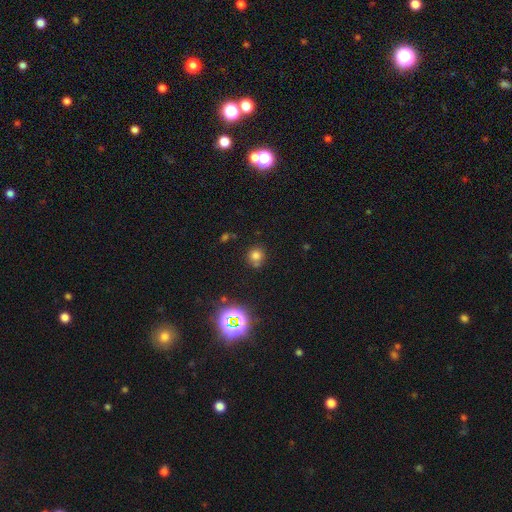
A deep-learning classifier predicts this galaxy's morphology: smooth-or-featured: smooth: 71% | star or artifact: 21% | featured or disk: 8%
  how-rounded: round: 88% | in between: 11% | cigar-shaped: 1%
  merging: none: 71% | minor disturbance: 14% | merger: 11% | major disturbance: 4%